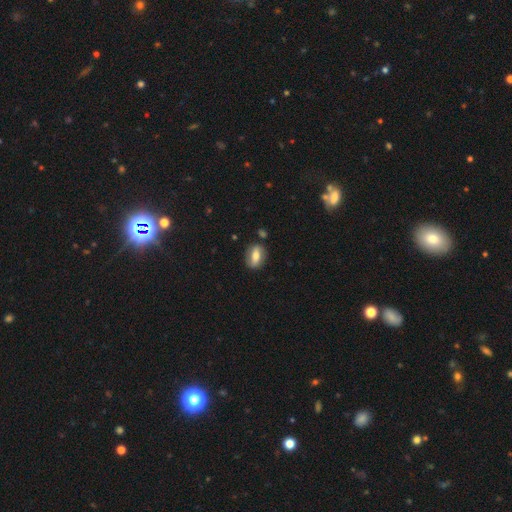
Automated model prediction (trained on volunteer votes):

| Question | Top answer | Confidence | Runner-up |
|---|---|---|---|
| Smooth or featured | smooth | 54% | featured or disk (39%) |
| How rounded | in between | 77% | round (17%) |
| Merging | none | 80% | minor disturbance (14%) |